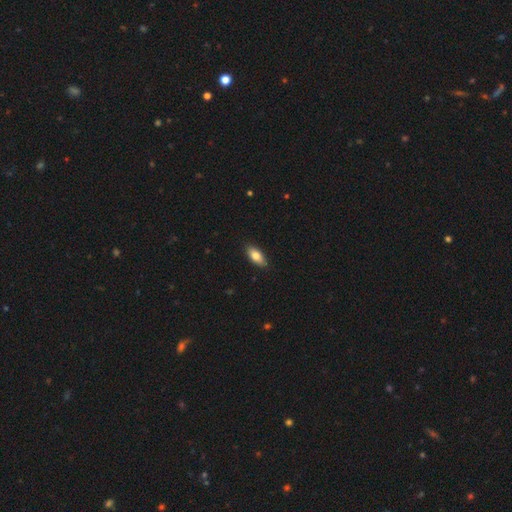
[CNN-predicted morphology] This appears to be a smooth galaxy with no disk features (81%) that is in between round and cigar-shaped (87%). Merging: none (87%).